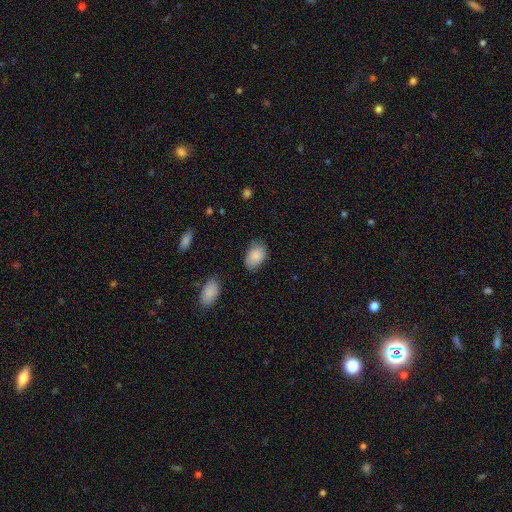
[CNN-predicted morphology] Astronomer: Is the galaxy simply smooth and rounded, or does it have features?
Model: smooth — 87%.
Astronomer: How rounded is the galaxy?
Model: in between — 85%.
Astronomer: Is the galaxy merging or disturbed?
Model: none — 73%.